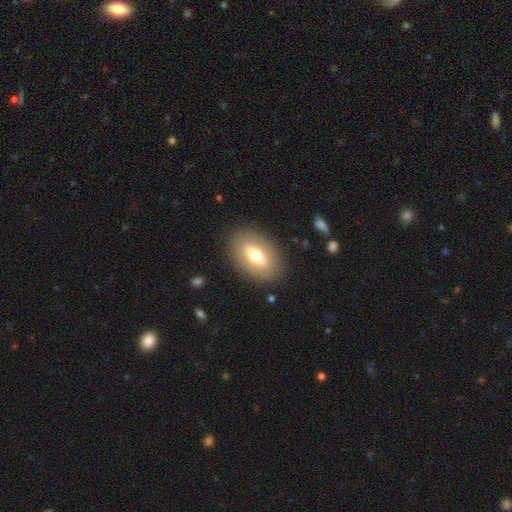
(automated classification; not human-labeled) This is likely a smooth galaxy (62%). How rounded: clearly in between (87%). Merging: clearly none (86%).